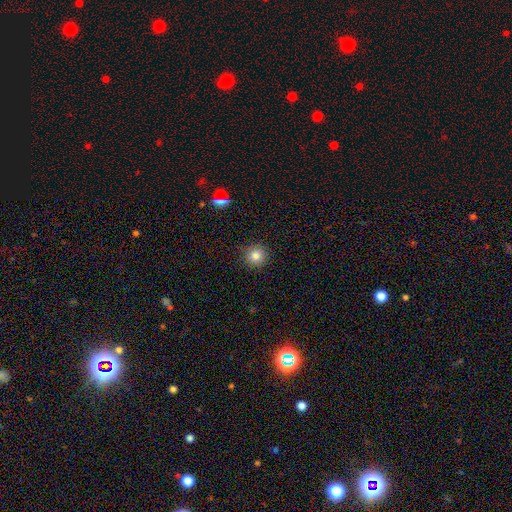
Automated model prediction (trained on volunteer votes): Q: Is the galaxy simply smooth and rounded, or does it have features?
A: smooth — 81%.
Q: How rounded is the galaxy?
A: round — 94%.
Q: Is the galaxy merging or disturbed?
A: none — 90%.